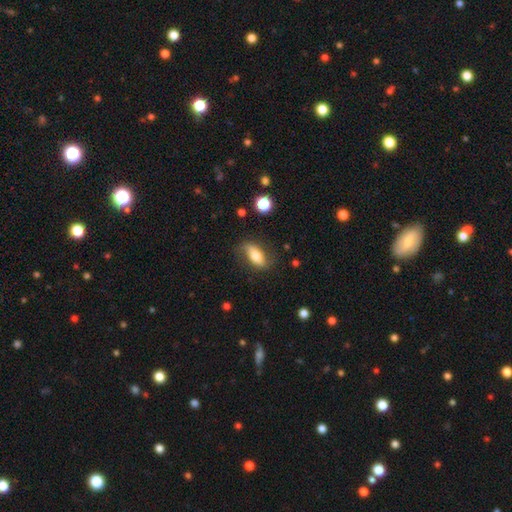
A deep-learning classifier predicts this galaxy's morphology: Q: Smooth or featured?
A: smooth (58%); runner-up: featured or disk (35%)
Q: How rounded?
A: in between (77%); runner-up: cigar-shaped (17%)
Q: Merging?
A: none (74%); runner-up: minor disturbance (18%)